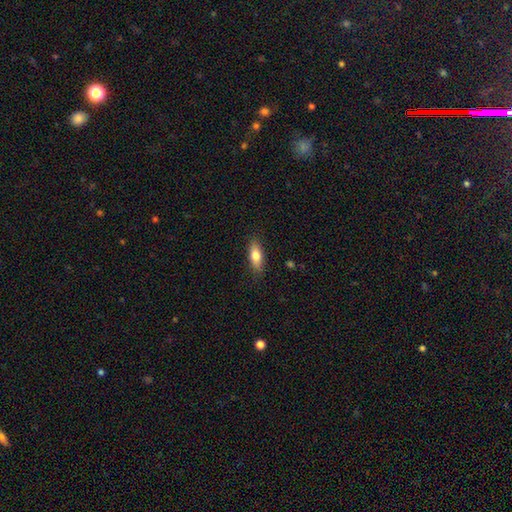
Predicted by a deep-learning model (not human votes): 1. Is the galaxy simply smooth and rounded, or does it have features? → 74% smooth, 20% featured or disk, 7% star or artifact.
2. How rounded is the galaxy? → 69% in between, 28% cigar-shaped, 3% round.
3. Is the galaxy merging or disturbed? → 86% none, 11% minor disturbance, 2% major disturbance, 1% merger.